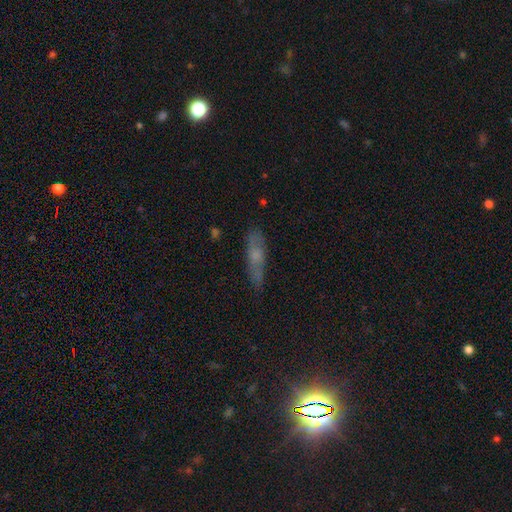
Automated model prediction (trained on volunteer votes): A smooth galaxy with no disk features (50%). Merging: none (75%).